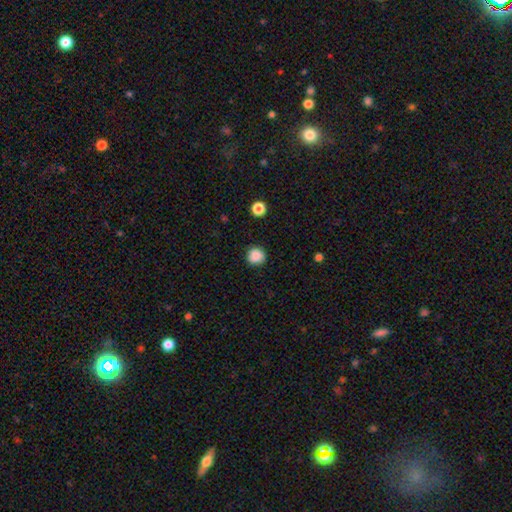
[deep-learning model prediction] Morphology: type=smooth (87%); roundness=round (92%); merging=none (88%).